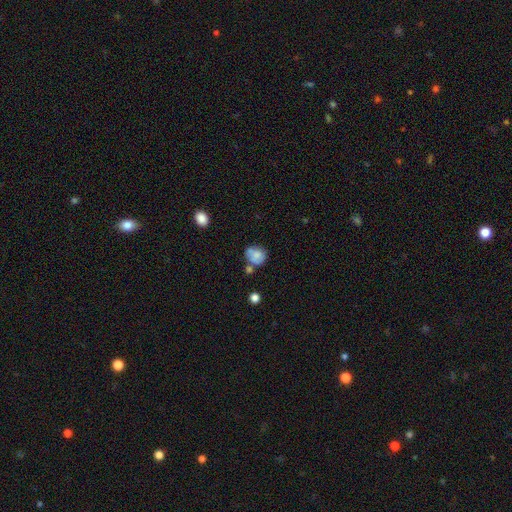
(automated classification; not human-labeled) Q: Smooth or featured?
A: smooth (68%); runner-up: featured or disk (23%)
Q: How rounded?
A: round (65%); runner-up: in between (34%)
Q: Merging?
A: none (43%); runner-up: minor disturbance (25%)